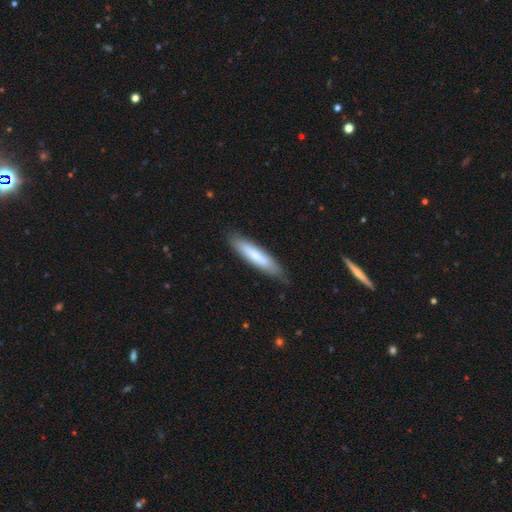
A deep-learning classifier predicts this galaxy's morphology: A smooth galaxy with no disk features (75%) that is cigar-shaped (82%).

Vote fractions:
- Smooth or featured? smooth: 75% / featured or disk: 20% / star or artifact: 5%
- How rounded? cigar-shaped: 82% / in between: 17% / round: 1%
- Merging? none: 82% / minor disturbance: 14% / major disturbance: 2% / merger: 1%